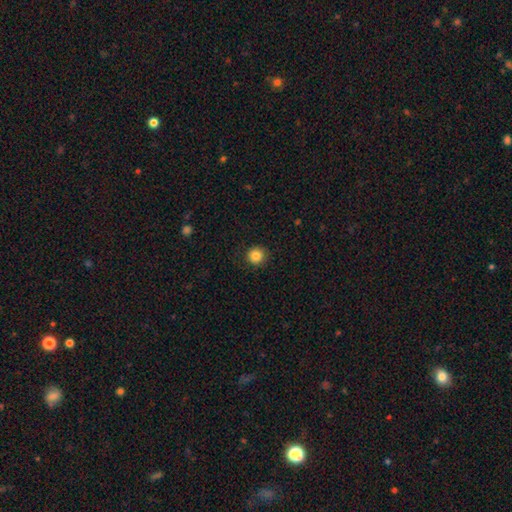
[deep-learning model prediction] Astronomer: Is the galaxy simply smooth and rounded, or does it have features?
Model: smooth — 85%.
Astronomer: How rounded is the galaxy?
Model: round — 94%.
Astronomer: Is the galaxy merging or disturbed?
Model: none — 89%.